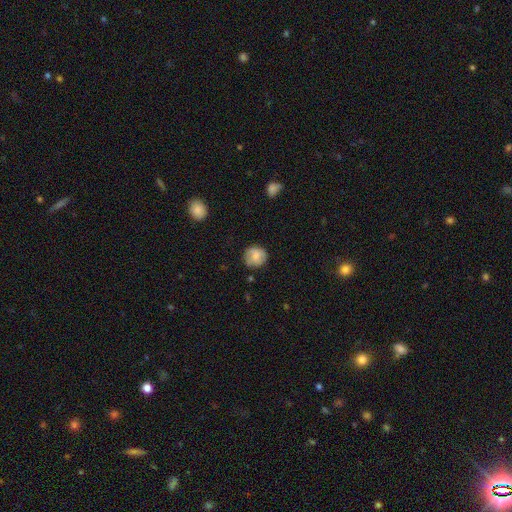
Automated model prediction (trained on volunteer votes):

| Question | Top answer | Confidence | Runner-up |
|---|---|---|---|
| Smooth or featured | smooth | 71% | featured or disk (20%) |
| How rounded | round | 85% | in between (14%) |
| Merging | none | 73% | minor disturbance (19%) |